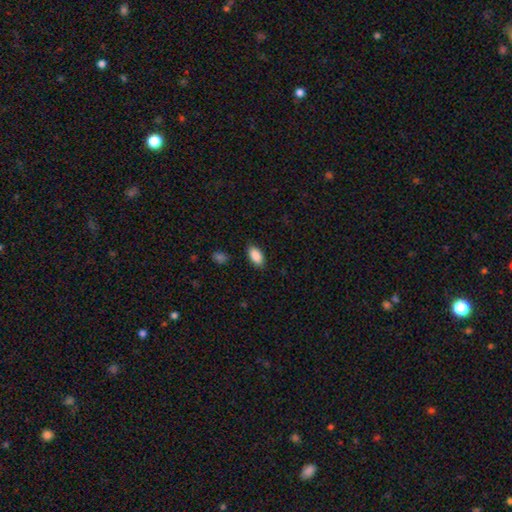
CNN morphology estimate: The model was most divided on "merging": none: 87%, minor disturbance: 10%, major disturbance: 2%, merger: 1%. More confident: how rounded — in between (93%); smooth or featured — smooth (89%).